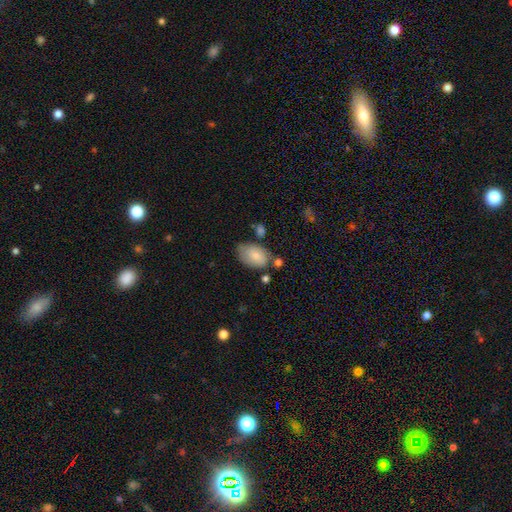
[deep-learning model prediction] Smooth or featured? Predicted: smooth (p=0.79). How rounded? Predicted: in between (p=0.88). Merging? Predicted: none (p=0.57).